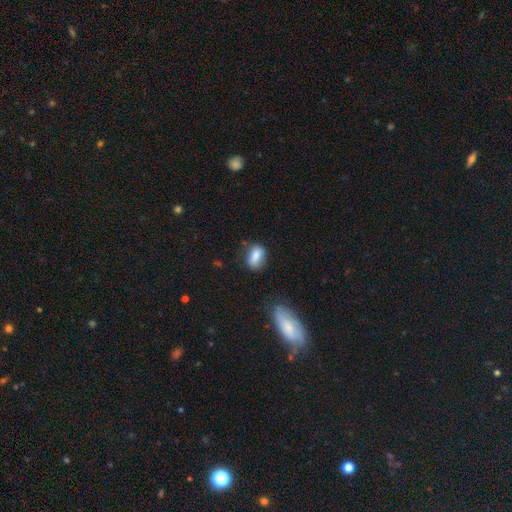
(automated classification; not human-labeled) A smooth galaxy with no disk features (81%) that is in between round and cigar-shaped (79%).

Vote fractions:
- Smooth or featured? smooth: 81% / featured or disk: 11% / star or artifact: 8%
- How rounded? in between: 79% / round: 17% / cigar-shaped: 4%
- Merging? none: 68% / minor disturbance: 22% / major disturbance: 6% / merger: 4%